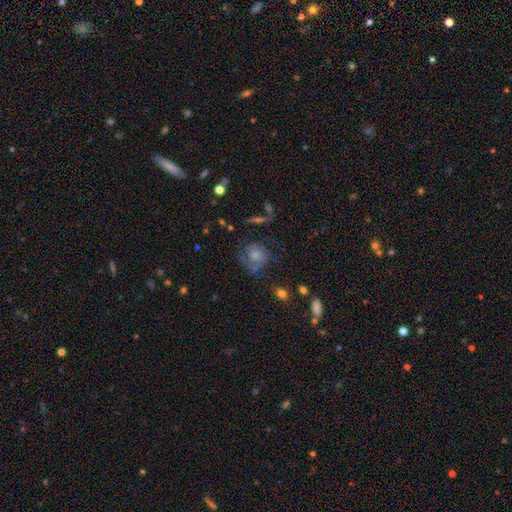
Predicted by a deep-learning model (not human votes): smooth_or_featured: featured or disk (p=0.56) [alt: smooth p=0.33]
disk_edge_on: no (p=0.96) [alt: yes p=0.04]
bar: no (p=0.77) [alt: weak p=0.20]
has_spiral_arms: yes (p=0.76) [alt: no p=0.24]
bulge_size: moderate (p=0.40) [alt: small p=0.25]
merging: none (p=0.54) [alt: minor disturbance p=0.22]